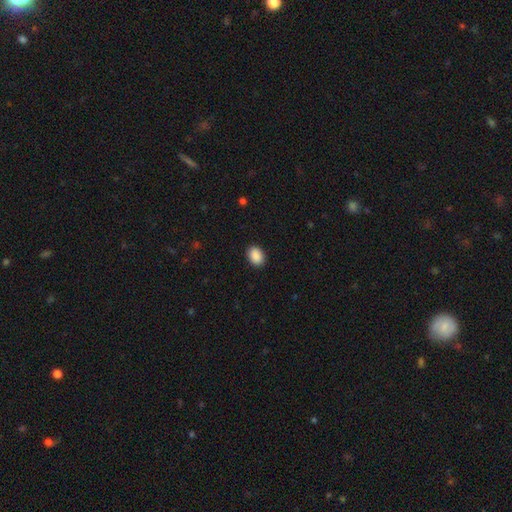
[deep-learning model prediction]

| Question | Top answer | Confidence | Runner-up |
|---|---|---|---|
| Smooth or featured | smooth | 90% | star or artifact (8%) |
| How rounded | in between | 73% | round (26%) |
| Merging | none | 90% | minor disturbance (7%) |